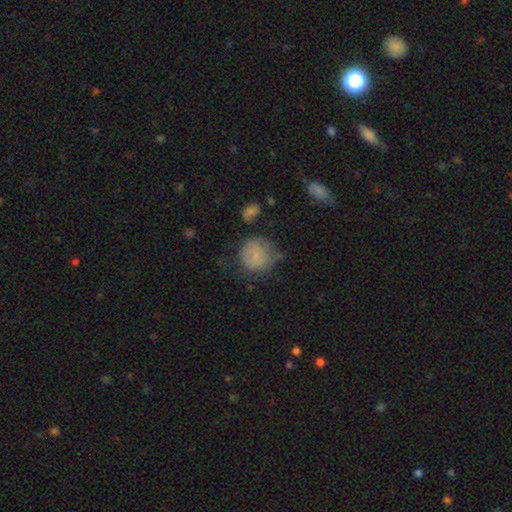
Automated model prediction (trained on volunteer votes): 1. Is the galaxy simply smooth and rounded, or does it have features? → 74% smooth, 16% featured or disk, 10% star or artifact.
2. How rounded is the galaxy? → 86% round, 13% in between, 1% cigar-shaped.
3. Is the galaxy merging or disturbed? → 58% none, 27% minor disturbance, 11% major disturbance, 4% merger.